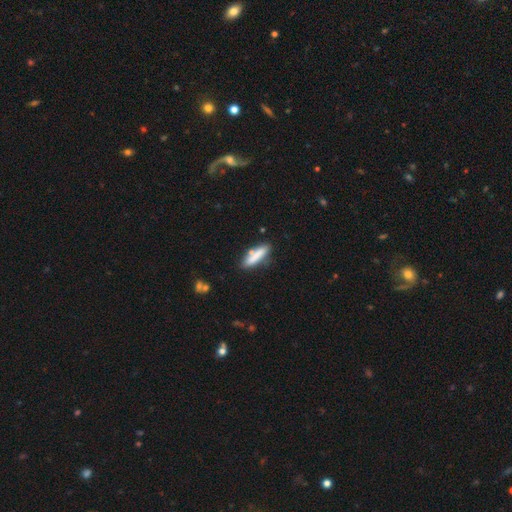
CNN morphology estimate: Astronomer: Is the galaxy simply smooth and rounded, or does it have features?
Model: smooth — 76%.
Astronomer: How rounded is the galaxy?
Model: cigar-shaped — 71%.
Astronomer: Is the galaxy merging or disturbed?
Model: none — 71%.